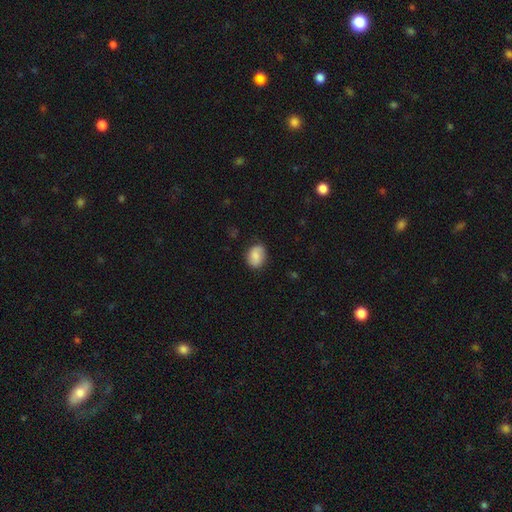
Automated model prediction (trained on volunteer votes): Smooth or featured: smooth — 80% (featured or disk — 12%)
How rounded: in between — 62% (round — 37%)
Merging: none — 75% (minor disturbance — 20%)